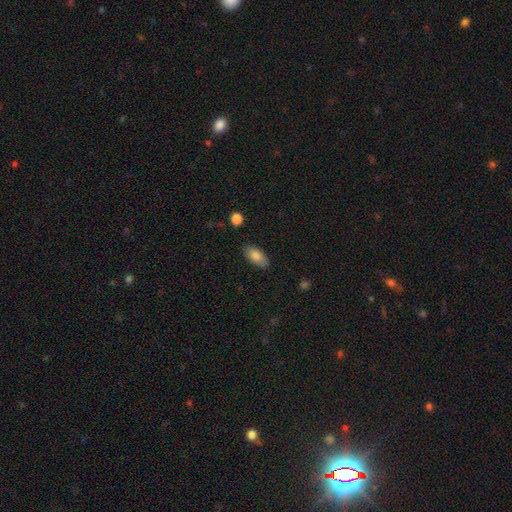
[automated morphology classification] Overall: smooth (83%). How rounded: in between (91%). Merging: none (85%).